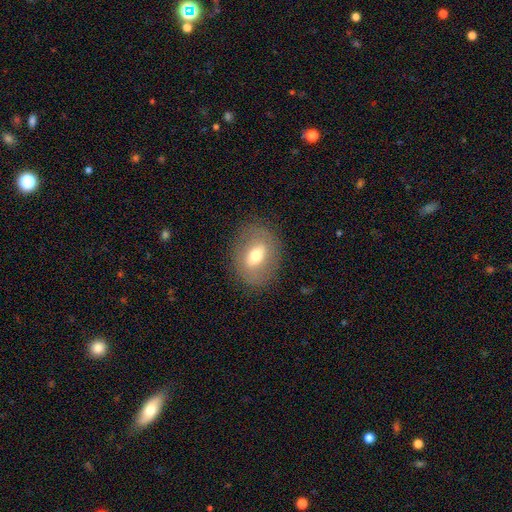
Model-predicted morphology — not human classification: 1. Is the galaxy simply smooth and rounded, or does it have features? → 54% smooth, 37% featured or disk, 9% star or artifact.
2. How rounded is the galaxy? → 65% in between, 33% round, 2% cigar-shaped.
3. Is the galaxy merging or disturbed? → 82% none, 11% minor disturbance, 5% major disturbance, 1% merger.